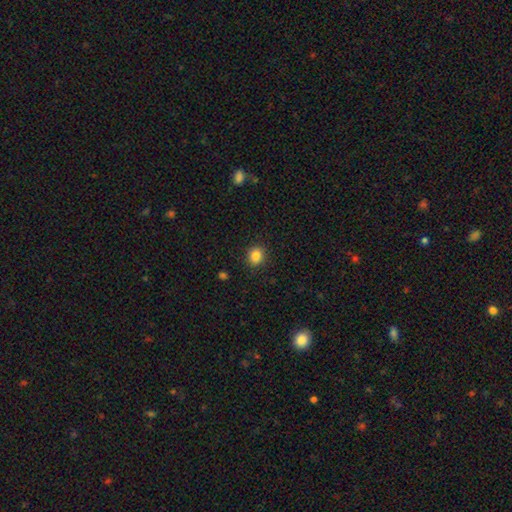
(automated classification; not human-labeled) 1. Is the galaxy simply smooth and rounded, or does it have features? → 85% smooth, 10% star or artifact, 5% featured or disk.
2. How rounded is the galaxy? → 77% round, 22% in between, 1% cigar-shaped.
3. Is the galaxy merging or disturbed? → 91% none, 6% minor disturbance, 2% major disturbance, 1% merger.